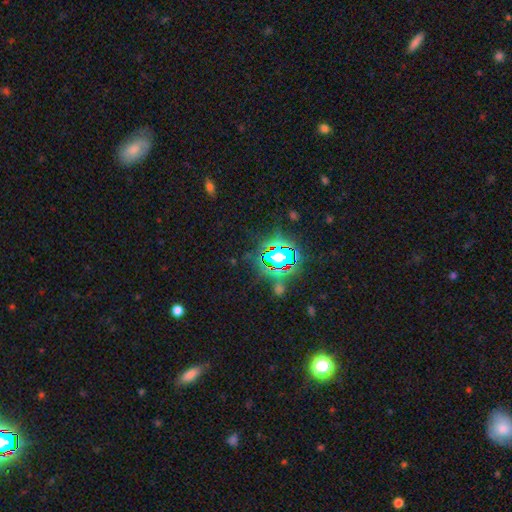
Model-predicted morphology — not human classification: This appears to be a star or artifact, not a galaxy (77%).